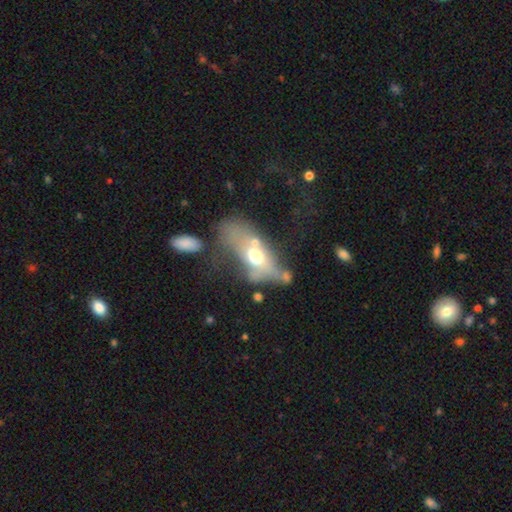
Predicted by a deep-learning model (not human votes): smooth 47%, featured or disk 42%, star or artifact 10%. Down the decision tree: merging — major disturbance (33%).